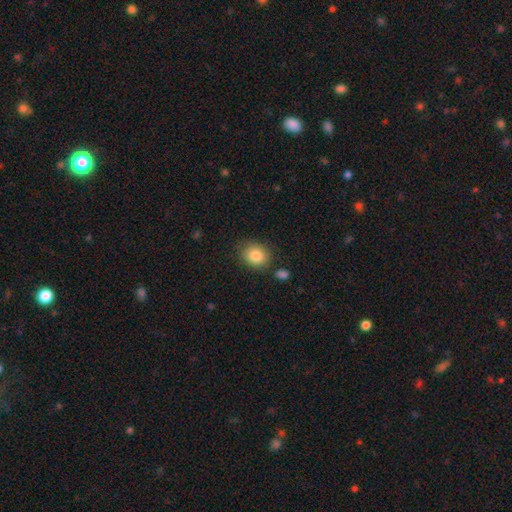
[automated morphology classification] Q: Smooth or featured?
A: smooth (84%); runner-up: star or artifact (9%)
Q: How rounded?
A: round (67%); runner-up: in between (32%)
Q: Merging?
A: none (79%); runner-up: minor disturbance (14%)